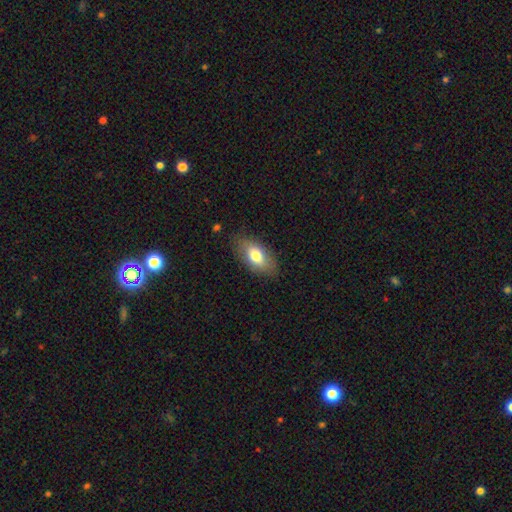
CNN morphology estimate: This is likely a smooth galaxy (74%). How rounded: clearly in between (90%). Merging: clearly none (81%).